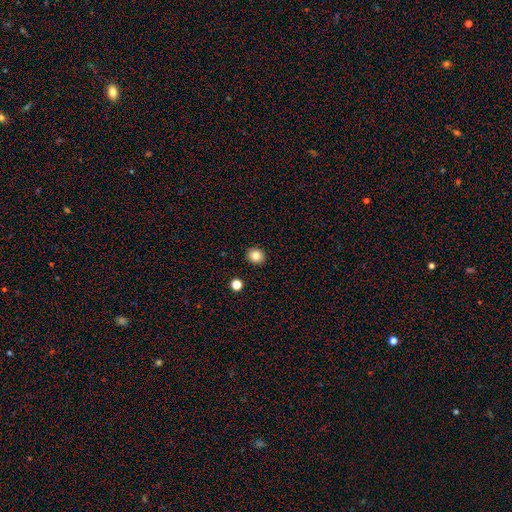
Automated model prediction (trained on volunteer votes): smooth_or_featured: smooth (p=0.84) [alt: star or artifact p=0.10]
how_rounded: round (p=0.79) [alt: in between p=0.20]
merging: none (p=0.91) [alt: minor disturbance p=0.06]